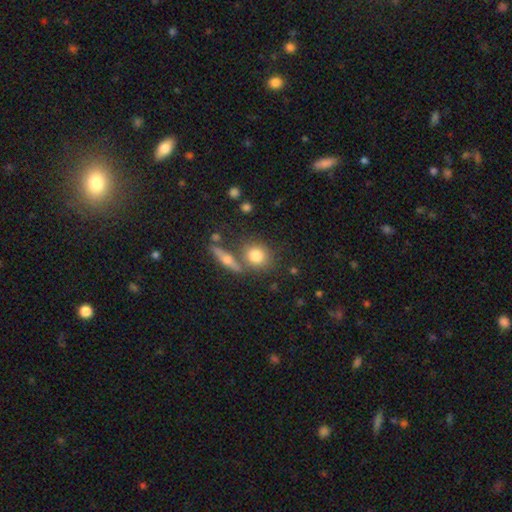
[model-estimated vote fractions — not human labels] smooth_or_featured: smooth (p=0.75) [alt: featured or disk p=0.16]
how_rounded: round (p=0.69) [alt: in between p=0.27]
merging: none (p=0.63) [alt: merger p=0.21]